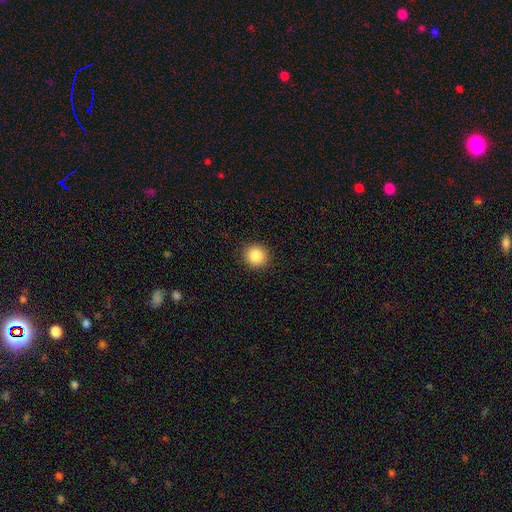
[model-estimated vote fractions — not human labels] Smooth or featured? smooth (86%)
How rounded? round (91%)
Merging? none (91%)